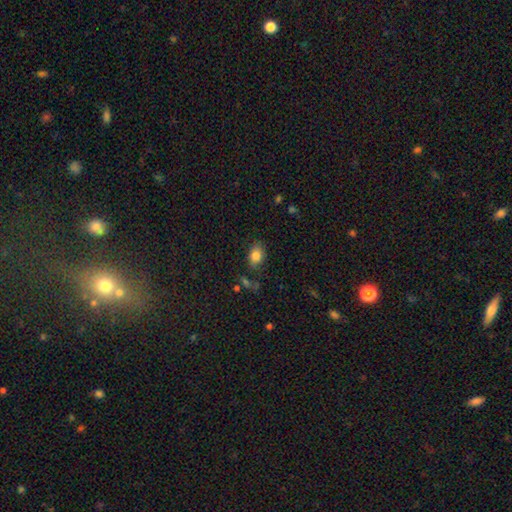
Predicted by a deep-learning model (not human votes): Q: Smooth or featured?
A: smooth (84%); runner-up: star or artifact (9%)
Q: How rounded?
A: in between (78%); runner-up: round (21%)
Q: Merging?
A: none (75%); runner-up: minor disturbance (17%)